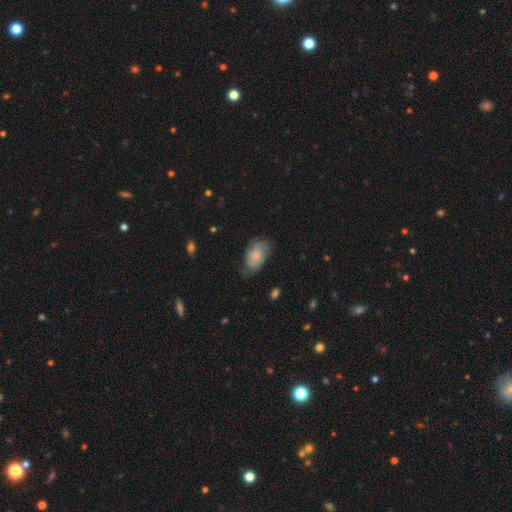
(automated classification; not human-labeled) A smooth galaxy with no disk features (74%) that is in between round and cigar-shaped (91%). Merging: none (55%).